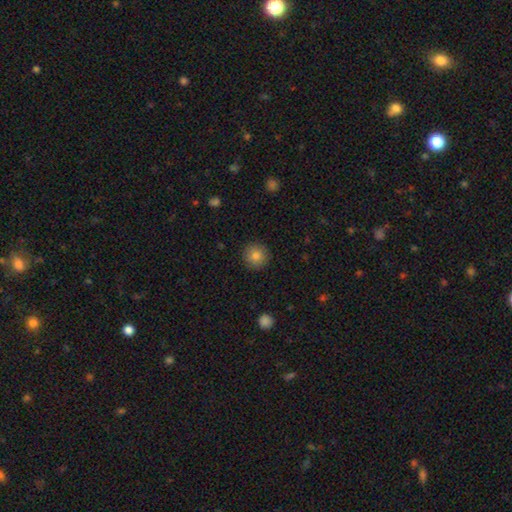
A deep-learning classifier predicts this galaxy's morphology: type=smooth (84%); roundness=round (95%); merging=none (91%).